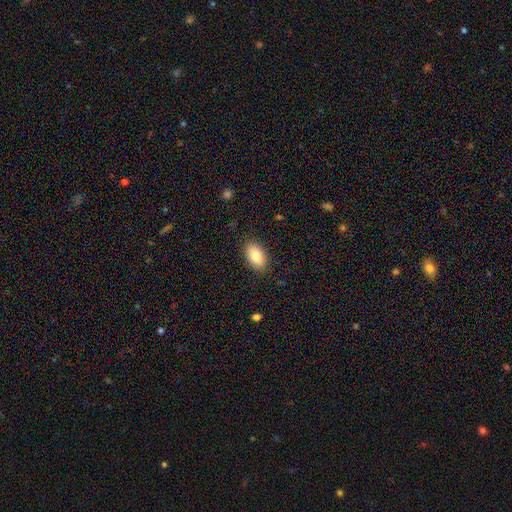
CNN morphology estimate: Q: Smooth or featured?
A: smooth (83%); runner-up: featured or disk (10%)
Q: How rounded?
A: in between (93%); runner-up: round (5%)
Q: Merging?
A: none (87%); runner-up: minor disturbance (10%)